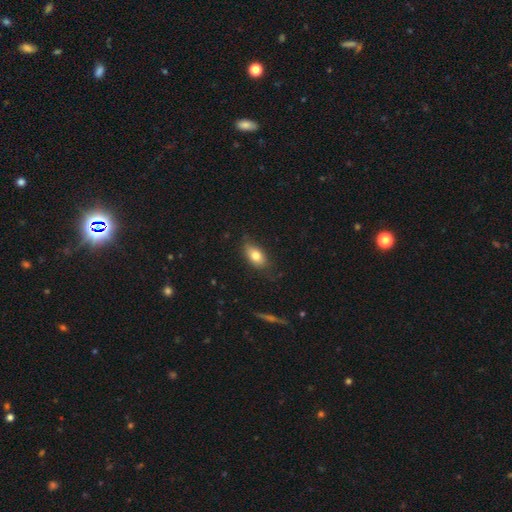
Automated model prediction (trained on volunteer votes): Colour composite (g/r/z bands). It shows a smooth galaxy with no disk features (77%) that is in between round and cigar-shaped (87%). Merging: none (73%).